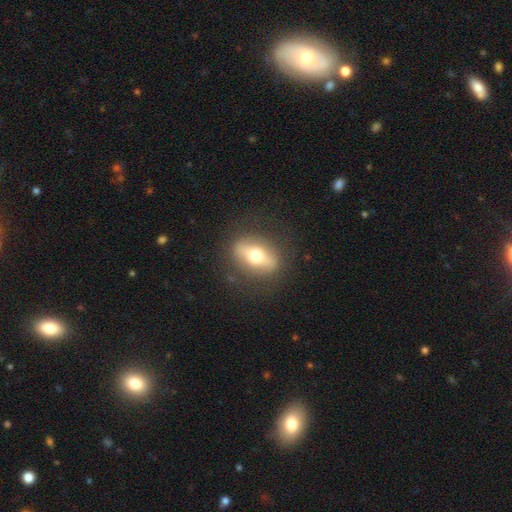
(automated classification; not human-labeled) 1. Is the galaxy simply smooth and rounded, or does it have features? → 47% smooth, 46% featured or disk, 7% star or artifact.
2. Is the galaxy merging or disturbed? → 83% none, 10% minor disturbance, 5% major disturbance, 1% merger.